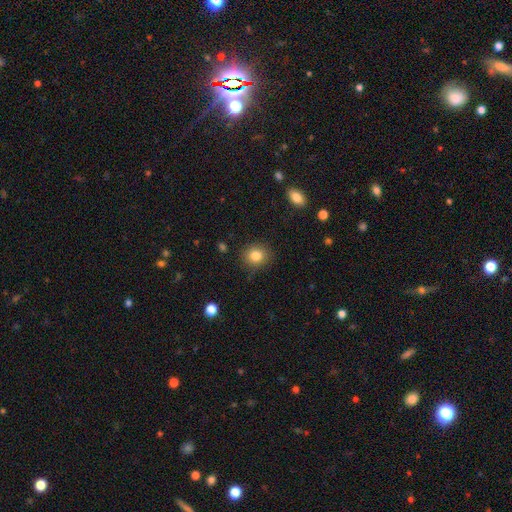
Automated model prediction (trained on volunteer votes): This is clearly a smooth galaxy (83%). How rounded: clearly round (81%). Merging: clearly none (84%).